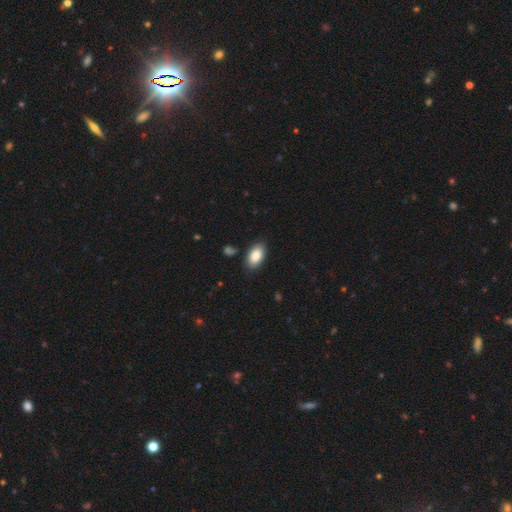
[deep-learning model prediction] A smooth galaxy with no disk features (86%) that is in between round and cigar-shaped (94%).

Vote fractions:
- Smooth or featured? smooth: 86% / star or artifact: 7% / featured or disk: 7%
- How rounded? in between: 94% / round: 4% / cigar-shaped: 2%
- Merging? none: 85% / minor disturbance: 11% / major disturbance: 2% / merger: 2%